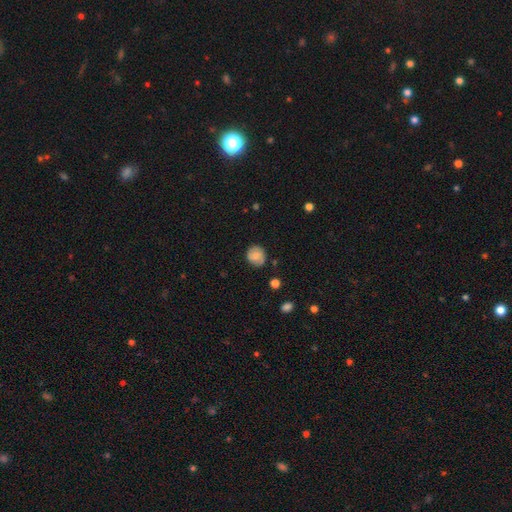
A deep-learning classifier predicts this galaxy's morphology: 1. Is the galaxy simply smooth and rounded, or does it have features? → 72% smooth, 19% featured or disk, 9% star or artifact.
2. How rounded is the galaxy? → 82% round, 17% in between, 1% cigar-shaped.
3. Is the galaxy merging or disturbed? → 77% none, 17% minor disturbance, 4% major disturbance, 2% merger.